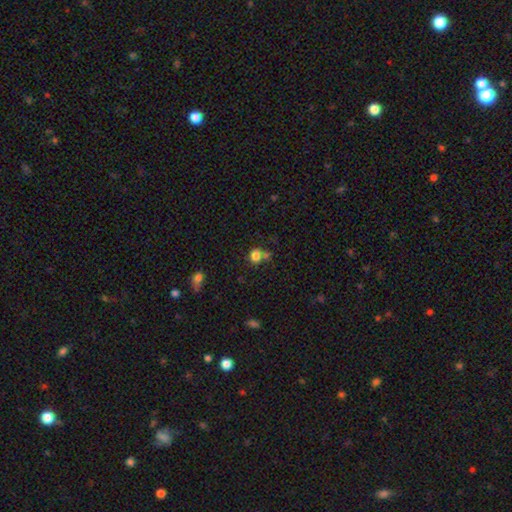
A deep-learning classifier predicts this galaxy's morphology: smooth 81%, star or artifact 12%, featured or disk 7%. Down the decision tree: how rounded — round (76%); merging — none (54%).